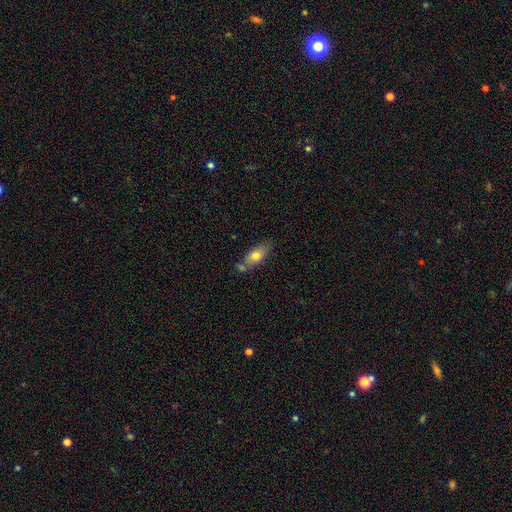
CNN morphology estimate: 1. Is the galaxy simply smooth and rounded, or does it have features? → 72% smooth, 21% featured or disk, 7% star or artifact.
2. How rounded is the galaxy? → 79% in between, 17% cigar-shaped, 4% round.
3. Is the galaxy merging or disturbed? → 53% none, 23% merger, 19% minor disturbance, 5% major disturbance.